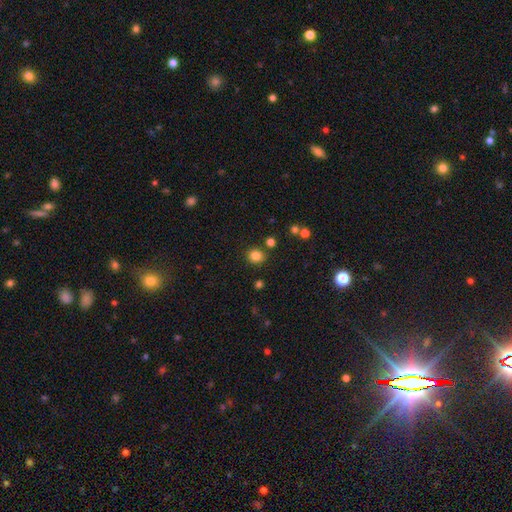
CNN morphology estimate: This is clearly a smooth galaxy (83%). How rounded: clearly round (81%). Merging: clearly none (86%).